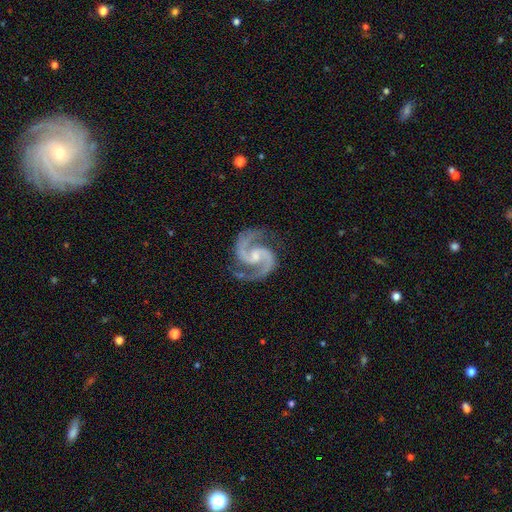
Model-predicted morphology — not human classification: Smooth or featured? featured or disk (95%)
Edge-on disk? no (99%)
Bar? no (47%)
Spiral arms? yes (99%)
Spiral winding? medium (71%)
Spiral arm count? 2 (94%)
Bulge size? small (57%)
Merging? none (82%)